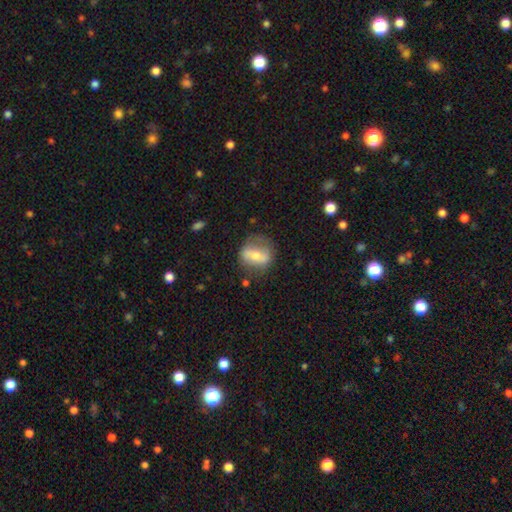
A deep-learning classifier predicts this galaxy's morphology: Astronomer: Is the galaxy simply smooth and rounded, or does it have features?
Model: featured or disk — 52% (runner-up: smooth, 41%).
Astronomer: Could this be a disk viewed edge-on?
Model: no — 85%.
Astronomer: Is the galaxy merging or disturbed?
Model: none — 67%.